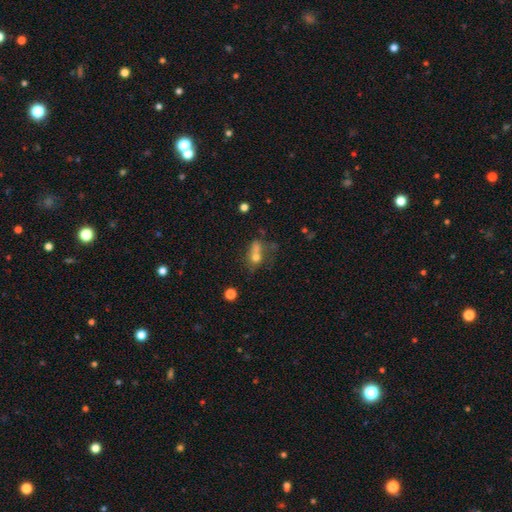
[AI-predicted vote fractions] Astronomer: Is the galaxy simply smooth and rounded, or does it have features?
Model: smooth — 56%.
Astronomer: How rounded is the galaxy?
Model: in between — 56% (runner-up: round, 37%).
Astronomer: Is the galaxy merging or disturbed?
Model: merger — 36% (runner-up: none, 29%).